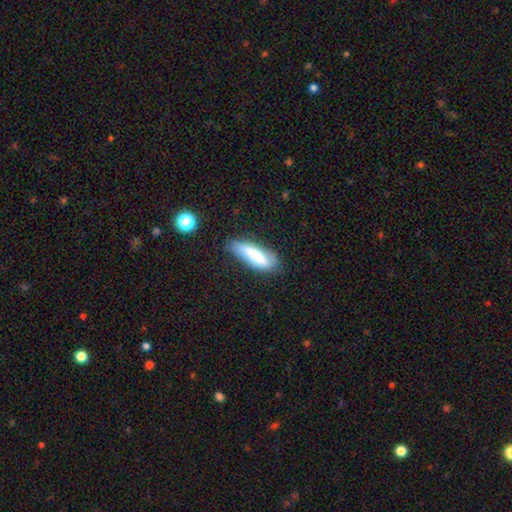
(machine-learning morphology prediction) Smooth or featured? smooth (67%)
How rounded? cigar-shaped (53%)
Merging? none (59%)